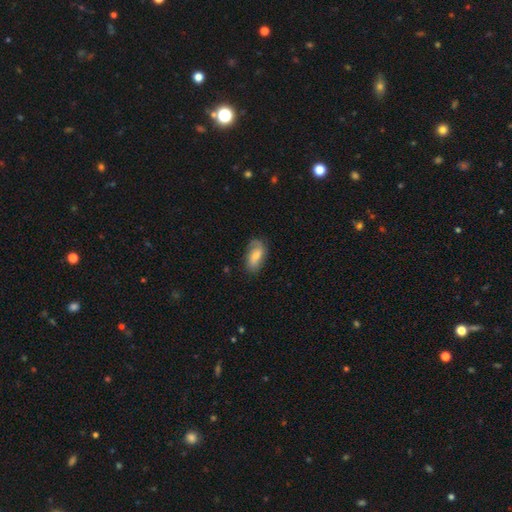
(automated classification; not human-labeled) A smooth galaxy with no disk features (54%) that is in between round and cigar-shaped (90%). Merging: none (64%).